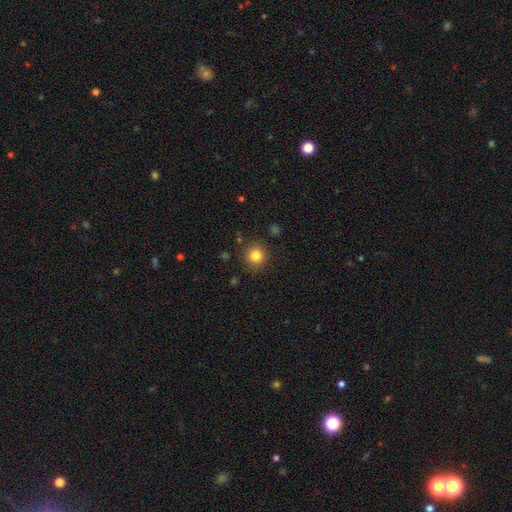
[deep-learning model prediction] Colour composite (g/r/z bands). It shows a smooth galaxy with no disk features (83%) that is round (92%). Merging: none (88%).